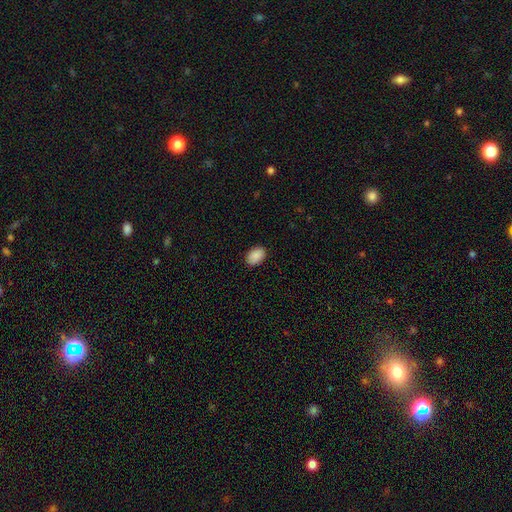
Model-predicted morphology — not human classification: Smooth or featured? Predicted: smooth (p=0.90). How rounded? Predicted: in between (p=0.85). Merging? Predicted: none (p=0.89).